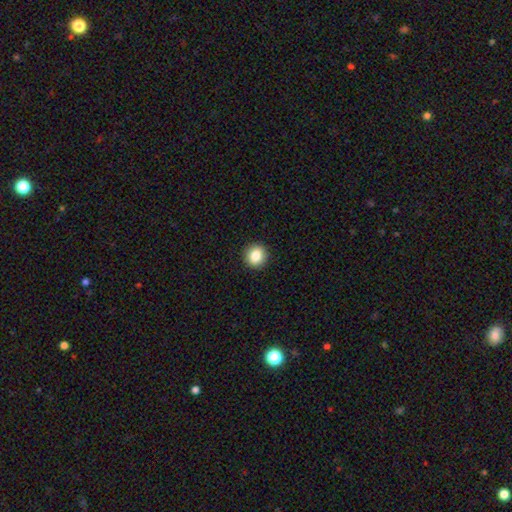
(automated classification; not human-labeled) Smooth or featured?
  - smooth: 84% *
  - star or artifact: 9%
  - featured or disk: 6%
How rounded?
  - round: 88% *
  - in between: 11%
  - cigar-shaped: 1%
Merging?
  - none: 93% *
  - minor disturbance: 5%
  - major disturbance: 2%
  - merger: 1%